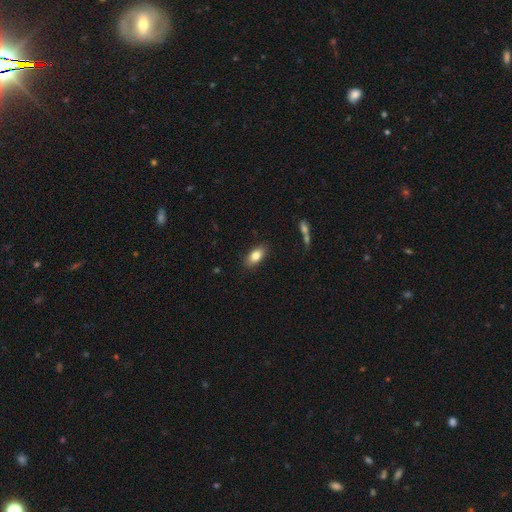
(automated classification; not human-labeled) Smooth or featured?
  - smooth: 83% *
  - featured or disk: 9%
  - star or artifact: 8%
How rounded?
  - in between: 89% *
  - cigar-shaped: 6%
  - round: 5%
Merging?
  - none: 86% *
  - minor disturbance: 10%
  - major disturbance: 2%
  - merger: 1%